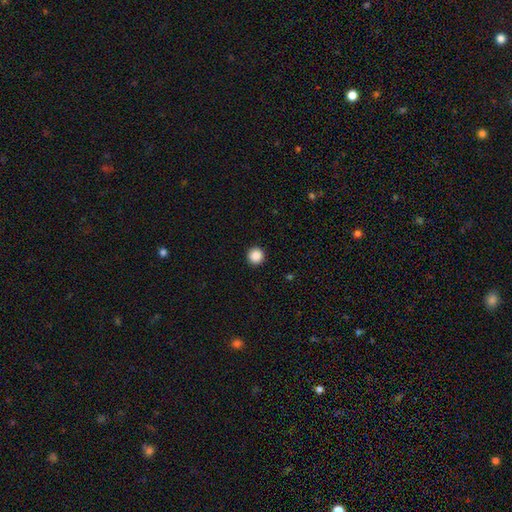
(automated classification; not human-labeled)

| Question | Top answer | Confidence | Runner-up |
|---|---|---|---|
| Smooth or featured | smooth | 88% | star or artifact (9%) |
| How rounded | round | 96% | in between (3%) |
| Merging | none | 94% | minor disturbance (4%) |